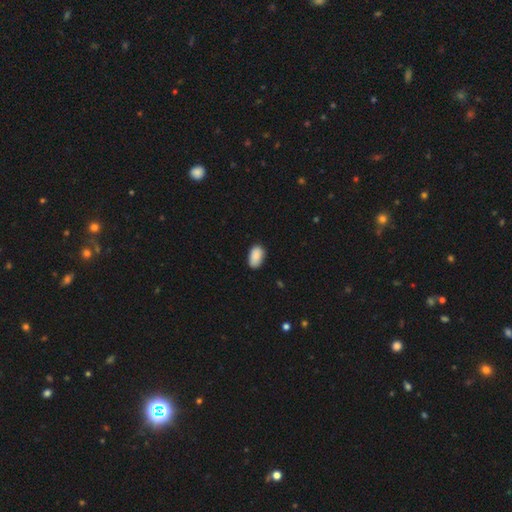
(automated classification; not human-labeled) Morphology: type=smooth (89%); roundness=in between (94%); merging=none (84%).